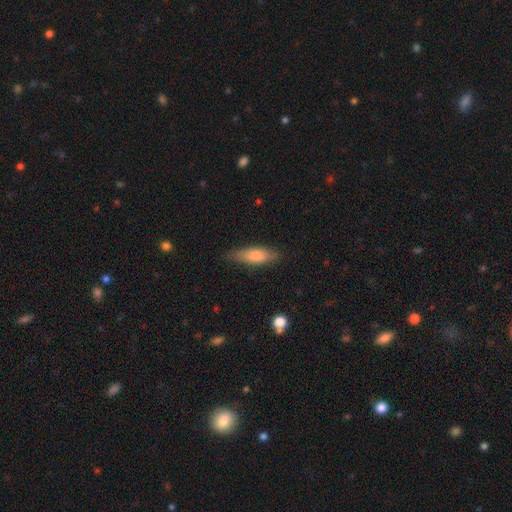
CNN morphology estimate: smooth 71%, featured or disk 22%, star or artifact 6%. Down the decision tree: how rounded — cigar-shaped (51%); merging — none (80%).